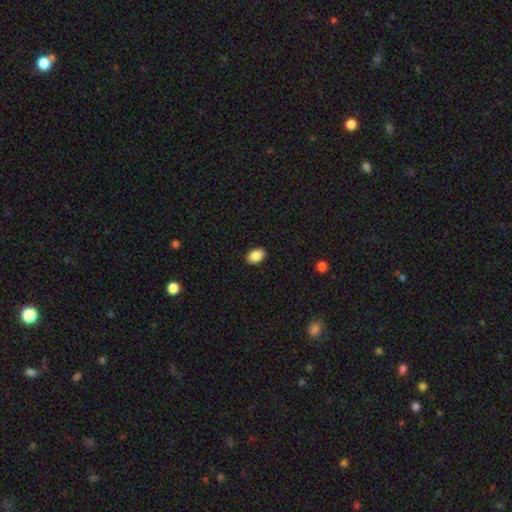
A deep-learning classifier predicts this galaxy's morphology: This appears to be a smooth galaxy with no disk features (89%) that is in between round and cigar-shaped (87%). Merging: none (90%).